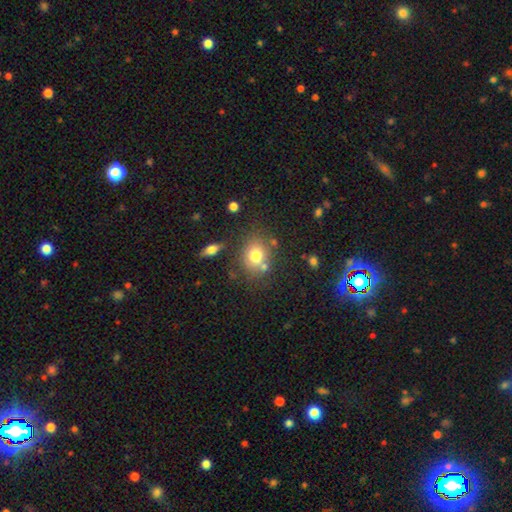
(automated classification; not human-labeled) The model was most divided on "how rounded": round: 62%, in between: 37%, cigar-shaped: 1%. More confident: smooth or featured — smooth (75%); merging — none (70%).